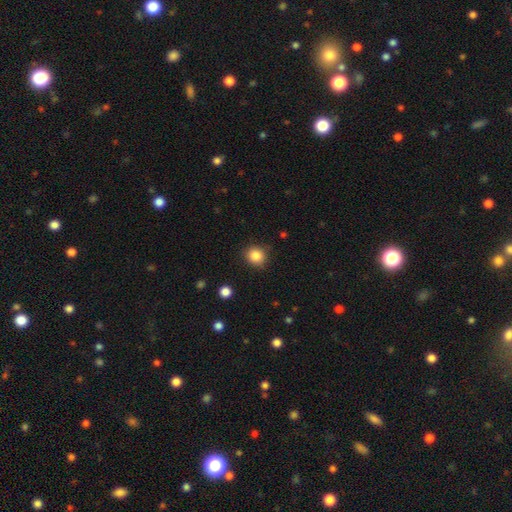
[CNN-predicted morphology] Smooth or featured? smooth (86%)
How rounded? round (88%)
Merging? none (86%)